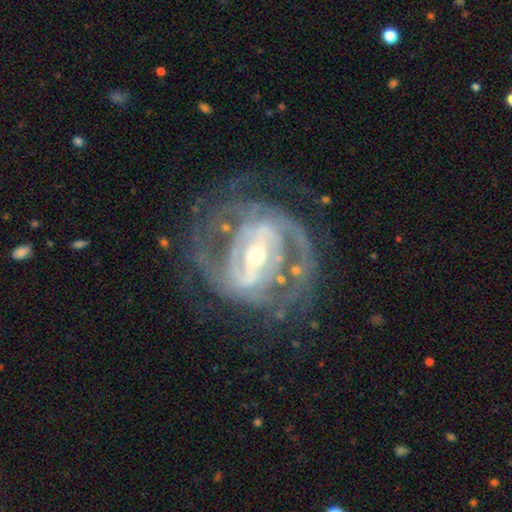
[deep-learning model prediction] Morphology: type=featured or disk (90%); edge-on=no (97%); bar=strong (56%); spiral arms=yes (95%); winding=tight (48%); arm count=2 (52%); bulge=small (55%); merging=none (67%).